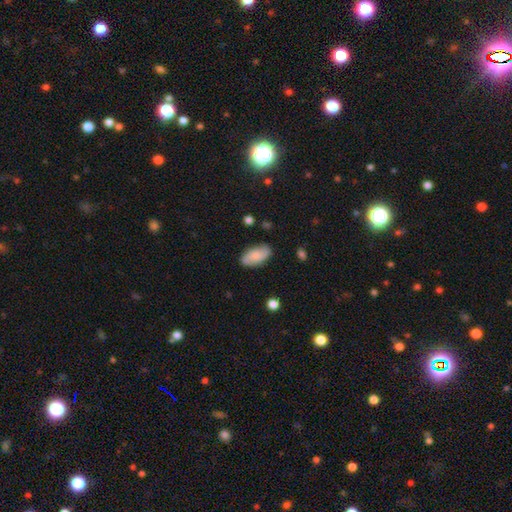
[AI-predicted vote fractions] Smooth or featured: smooth — 66% (featured or disk — 26%)
How rounded: in between — 93% (cigar-shaped — 4%)
Merging: none — 80% (minor disturbance — 15%)